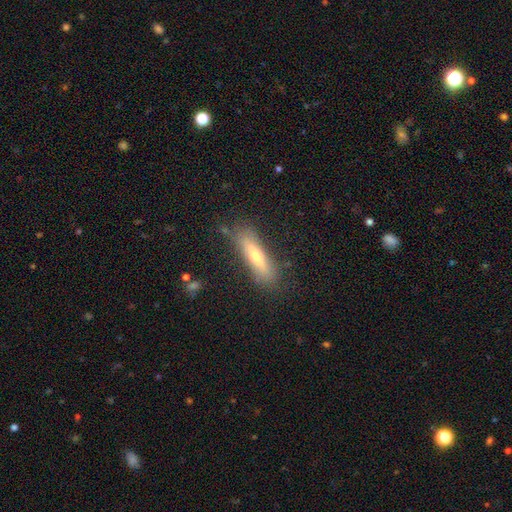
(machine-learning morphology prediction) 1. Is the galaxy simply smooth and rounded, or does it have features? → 51% smooth, 42% featured or disk, 7% star or artifact.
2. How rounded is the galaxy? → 72% cigar-shaped, 25% in between, 2% round.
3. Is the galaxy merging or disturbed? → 80% none, 14% minor disturbance, 4% major disturbance, 2% merger.